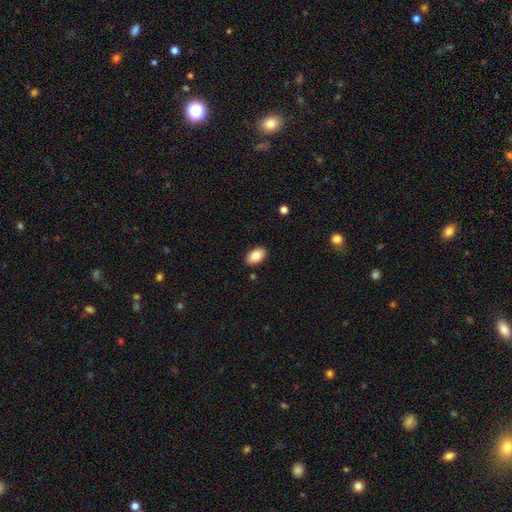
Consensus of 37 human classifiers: Q: Smooth or featured?
A: smooth (95%); runner-up: featured or disk (5%)
Q: How rounded?
A: in between (91%); runner-up: round (9%)
Q: Merging?
A: none (89%); runner-up: minor disturbance (5%)